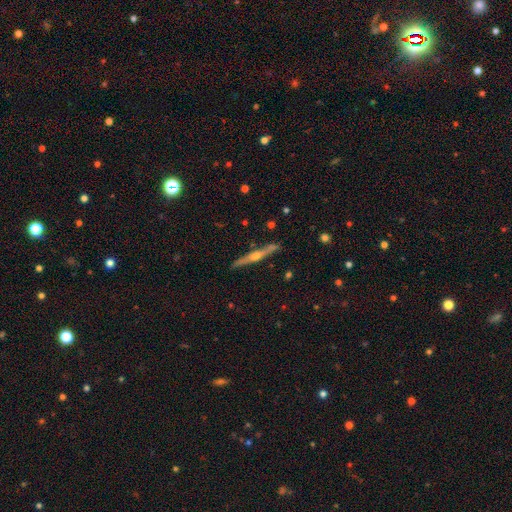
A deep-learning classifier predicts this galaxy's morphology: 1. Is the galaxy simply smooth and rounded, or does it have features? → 73% featured or disk, 21% smooth, 6% star or artifact.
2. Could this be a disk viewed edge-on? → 98% yes, 2% no.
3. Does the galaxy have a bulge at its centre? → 87% rounded, 8% none, 5% boxy.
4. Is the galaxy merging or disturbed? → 88% none, 9% minor disturbance, 2% merger, 2% major disturbance.